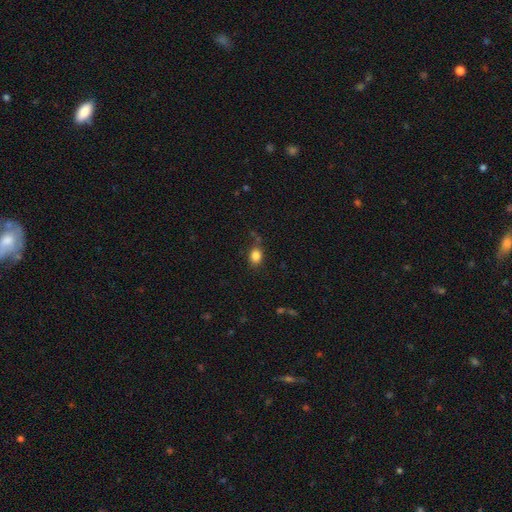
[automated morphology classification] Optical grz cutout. It shows a smooth galaxy with no disk features (84%) that is in between round and cigar-shaped (57%). Merging: none (75%).